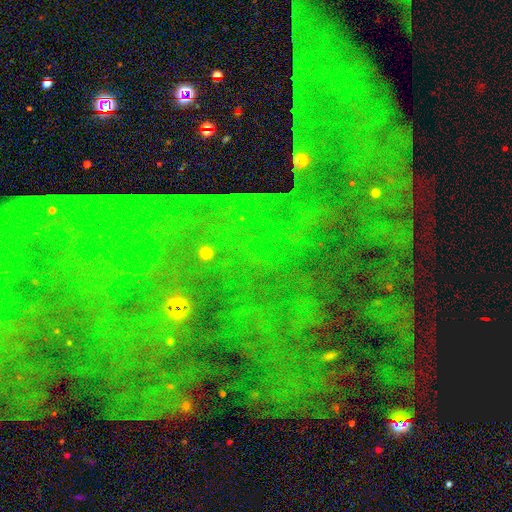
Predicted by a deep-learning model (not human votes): Smooth or featured: star or artifact — 82% (featured or disk — 10%)